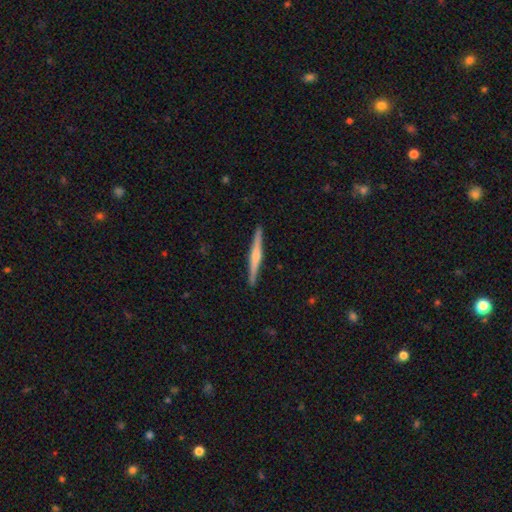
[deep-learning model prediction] Smooth or featured: featured or disk — 70% (smooth — 25%)
Edge-on disk: yes — 98% (no — 2%)
Edge-on bulge: rounded — 80% (none — 11%)
Merging: none — 92% (minor disturbance — 5%)